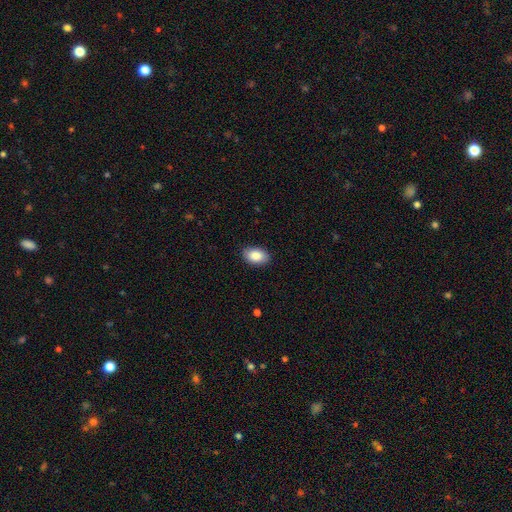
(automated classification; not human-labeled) smooth 88%, star or artifact 7%, featured or disk 6%. Down the decision tree: how rounded — in between (90%); merging — none (86%).